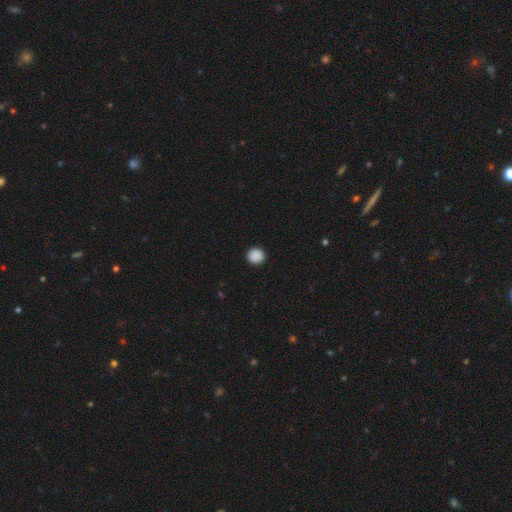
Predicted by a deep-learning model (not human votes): Morphology: type=smooth (89%); roundness=round (92%); merging=none (93%).